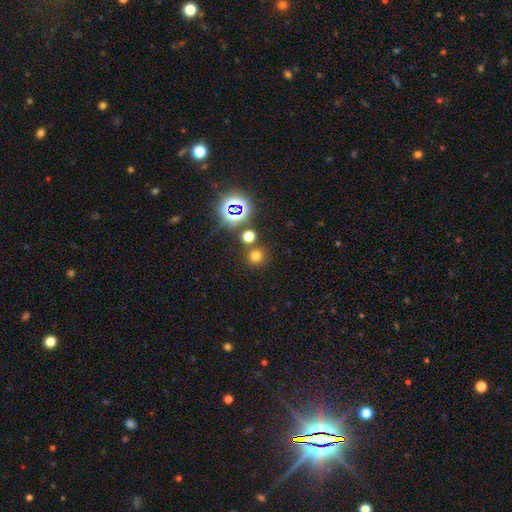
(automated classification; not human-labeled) The model was most divided on "smooth or featured": smooth: 66%, star or artifact: 27%, featured or disk: 6%. More confident: how rounded — round (93%); merging — none (81%).